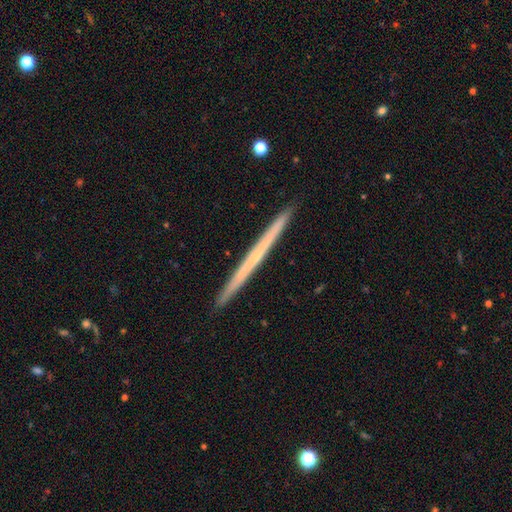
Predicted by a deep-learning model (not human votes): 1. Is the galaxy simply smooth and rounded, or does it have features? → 57% featured or disk, 38% smooth, 6% star or artifact.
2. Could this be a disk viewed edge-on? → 98% yes, 2% no.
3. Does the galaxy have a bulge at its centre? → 85% none, 12% rounded, 3% boxy.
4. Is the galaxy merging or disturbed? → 93% none, 5% minor disturbance, 1% merger, 1% major disturbance.